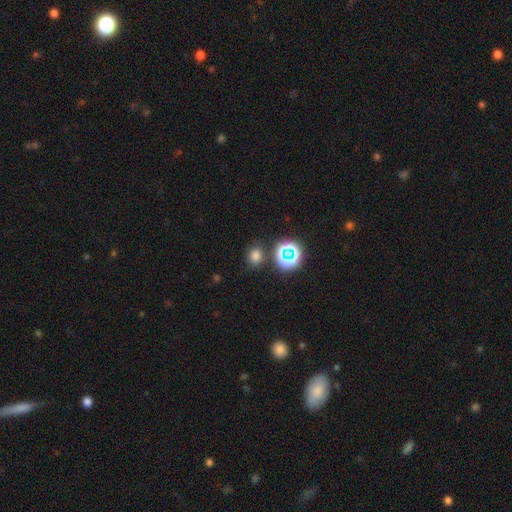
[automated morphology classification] Smooth or featured? smooth (71%)
How rounded? round (70%)
Merging? none (82%)